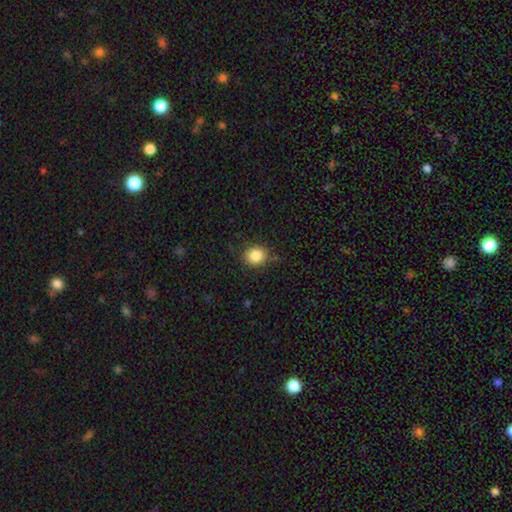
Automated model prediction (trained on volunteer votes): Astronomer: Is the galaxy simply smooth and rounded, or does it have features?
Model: smooth — 85%.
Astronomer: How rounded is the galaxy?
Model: round — 77%.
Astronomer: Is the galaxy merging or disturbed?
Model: none — 83%.